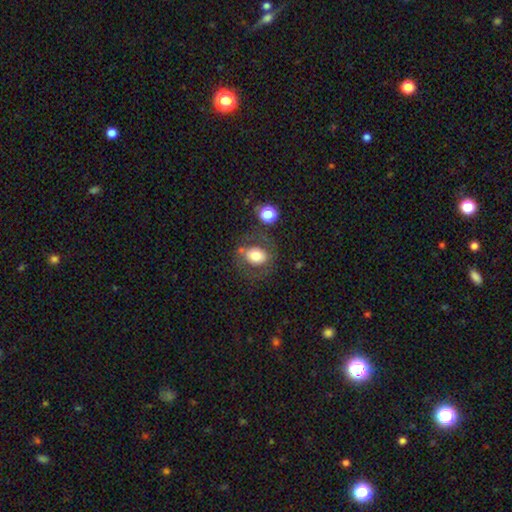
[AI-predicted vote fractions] Overall: smooth (66%). How rounded: in between (56%; round 43%). Merging: none (66%).